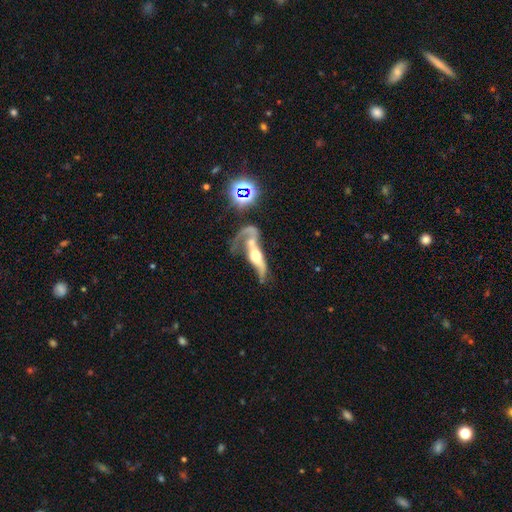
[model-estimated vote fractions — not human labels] A featured or disk galaxy (64%). Merging: merger (54%).